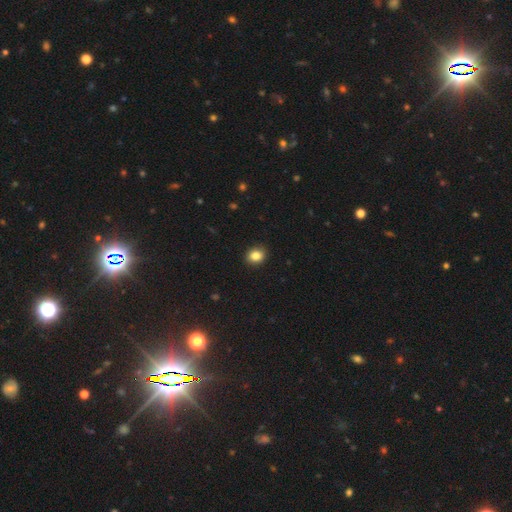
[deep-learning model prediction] Q: Smooth or featured?
A: smooth (85%); runner-up: star or artifact (10%)
Q: How rounded?
A: round (59%); runner-up: in between (40%)
Q: Merging?
A: none (91%); runner-up: minor disturbance (6%)